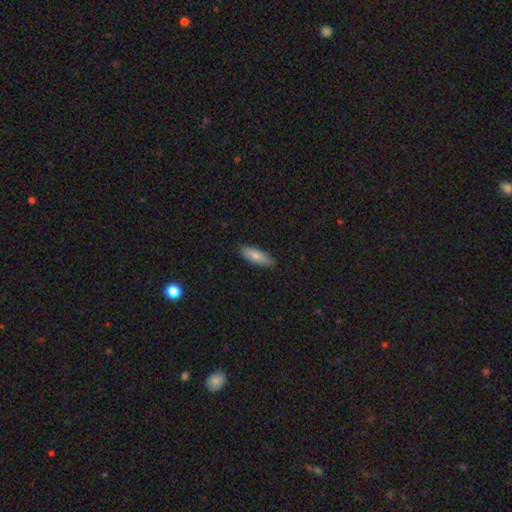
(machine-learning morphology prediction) Smooth or featured? Predicted: smooth (p=0.76). How rounded? Predicted: in between (p=0.61). Merging? Predicted: none (p=0.84).